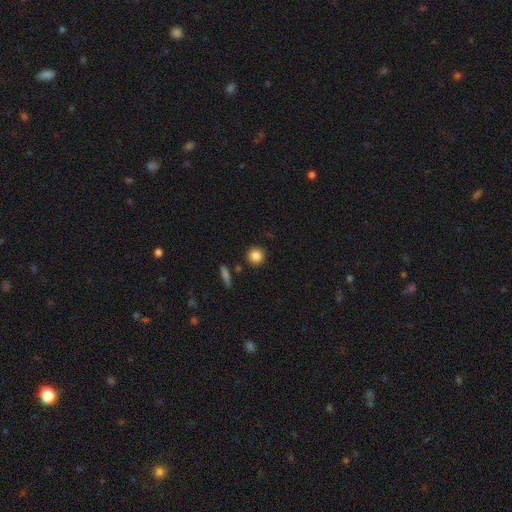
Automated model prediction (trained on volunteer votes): The model was most divided on "smooth or featured": smooth: 85%, star or artifact: 9%, featured or disk: 6%. More confident: how rounded — round (93%); merging — none (90%).